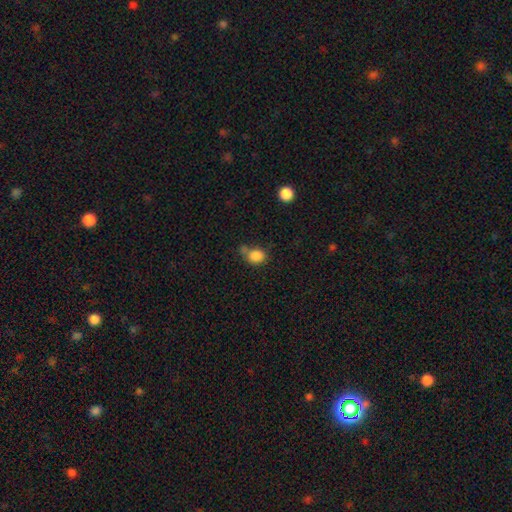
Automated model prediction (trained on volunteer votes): Q: Smooth or featured?
A: smooth (84%); runner-up: star or artifact (10%)
Q: How rounded?
A: round (51%); runner-up: in between (47%)
Q: Merging?
A: none (50%); runner-up: merger (22%)